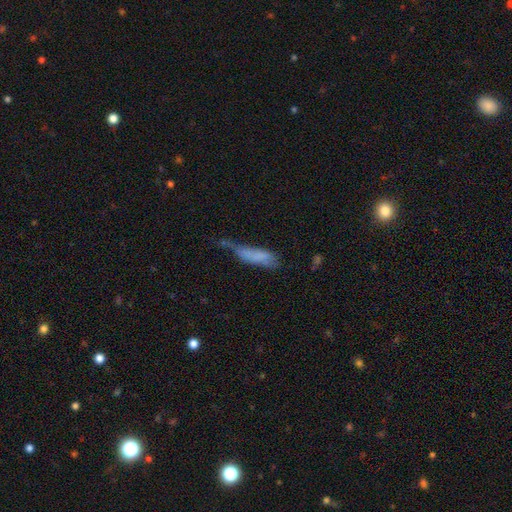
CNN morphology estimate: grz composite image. It shows a smooth galaxy with no disk features (65%) that is cigar-shaped (60%). Merging: major disturbance (33%).